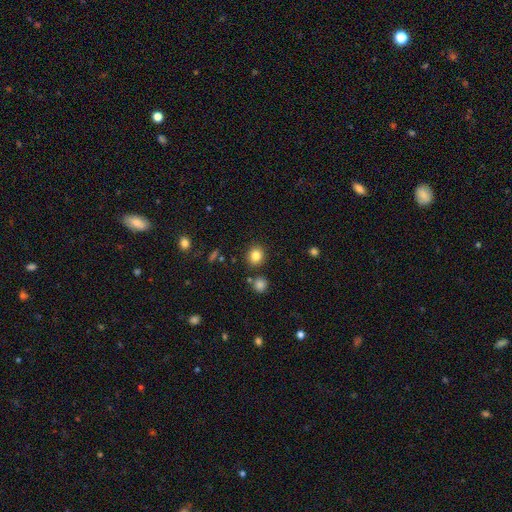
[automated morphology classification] The model was most divided on "how rounded": round: 85%, in between: 14%, cigar-shaped: 1%. More confident: merging — none (86%); smooth or featured — smooth (83%).